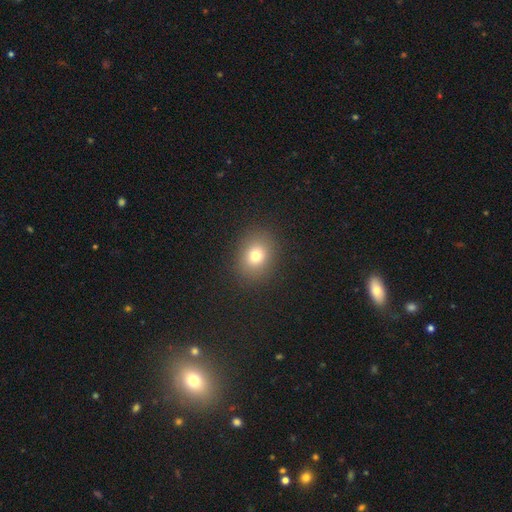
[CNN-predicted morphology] Smooth or featured? Predicted: smooth (p=0.76). How rounded? Predicted: round (p=0.60). Merging? Predicted: none (p=0.88).